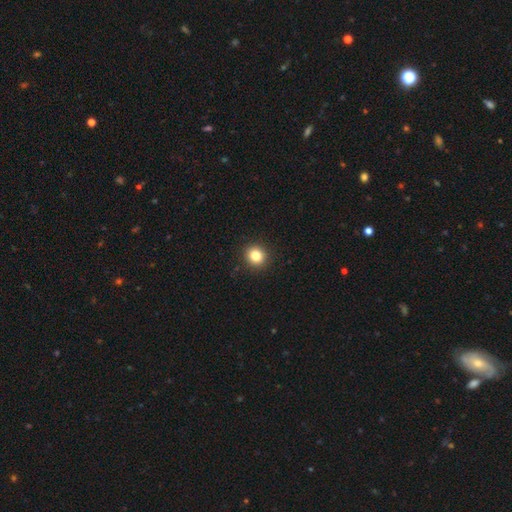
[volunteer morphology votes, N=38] smooth_or_featured: smooth (p=0.89) [alt: featured or disk p=0.05]
how_rounded: round (p=1.00)
merging: none (p=0.97) [alt: minor disturbance p=0.03]